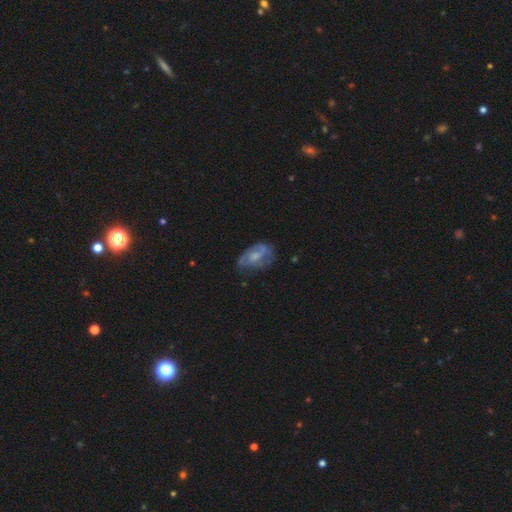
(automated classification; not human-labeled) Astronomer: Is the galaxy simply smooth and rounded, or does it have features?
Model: featured or disk — 57% (runner-up: smooth, 35%).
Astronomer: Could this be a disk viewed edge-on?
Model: no — 95%.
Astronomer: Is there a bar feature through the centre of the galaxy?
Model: no — 67%.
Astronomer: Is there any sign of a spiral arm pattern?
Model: yes — 60% (runner-up: no, 40%).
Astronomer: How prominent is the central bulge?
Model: moderate — 42% (runner-up: small, 32%).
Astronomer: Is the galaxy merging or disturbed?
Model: none — 49% (runner-up: minor disturbance, 29%).